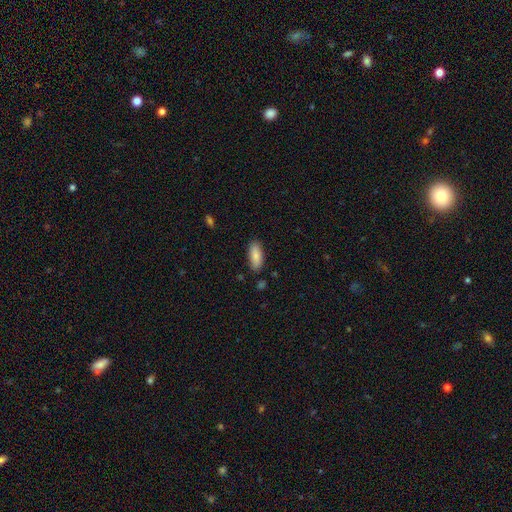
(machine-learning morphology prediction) smooth 84%, featured or disk 10%, star or artifact 6%. Down the decision tree: how rounded — in between (78%); merging — none (84%).